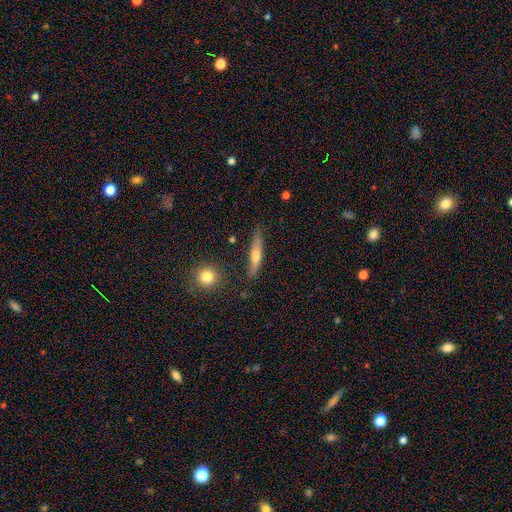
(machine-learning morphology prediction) smooth 48%, featured or disk 45%, star or artifact 7%. Down the decision tree: merging — none (79%).